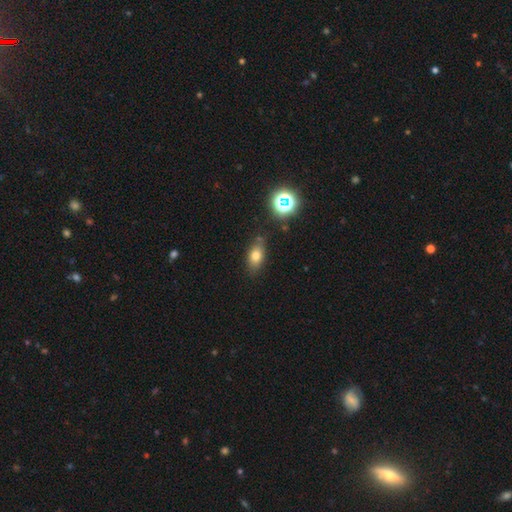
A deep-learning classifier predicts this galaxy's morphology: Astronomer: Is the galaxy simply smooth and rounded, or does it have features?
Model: smooth — 72%.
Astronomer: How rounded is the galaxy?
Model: in between — 80%.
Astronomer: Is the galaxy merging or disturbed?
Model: none — 77%.